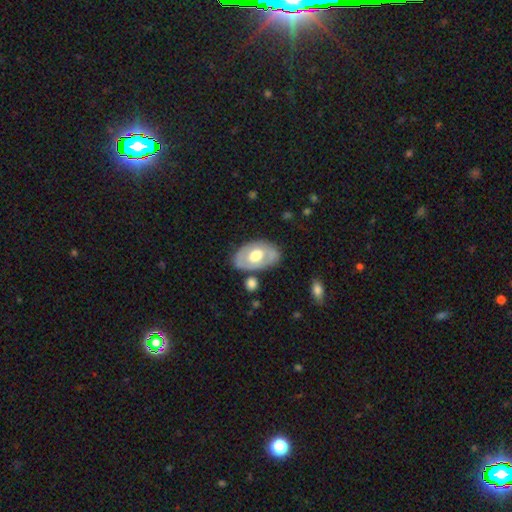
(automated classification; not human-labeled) smooth-or-featured: featured or disk: 53% | smooth: 42% | star or artifact: 5%
  disk-edge-on: no: 89% | yes: 11%
  merging: none: 73% | minor disturbance: 17% | merger: 5% | major disturbance: 5%